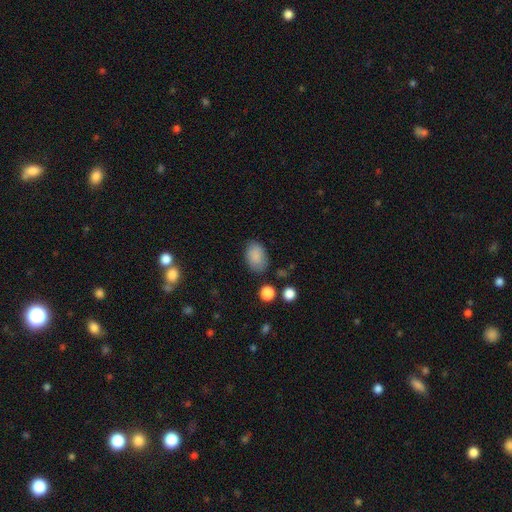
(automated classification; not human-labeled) Smooth or featured? Predicted: smooth (p=0.87). How rounded? Predicted: in between (p=0.88). Merging? Predicted: none (p=0.79).